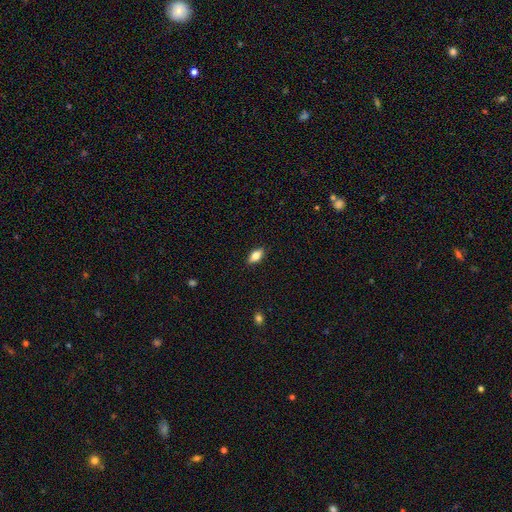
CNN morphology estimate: Smooth or featured? smooth (73%)
How rounded? in between (85%)
Merging? none (88%)